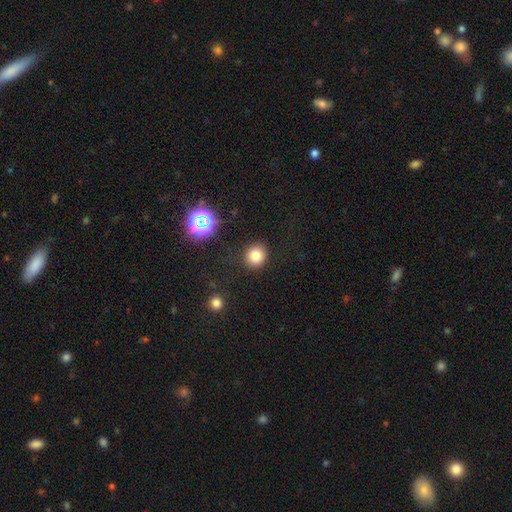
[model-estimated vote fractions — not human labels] smooth 80%, star or artifact 14%, featured or disk 6%. Down the decision tree: how rounded — round (83%); merging — none (87%).